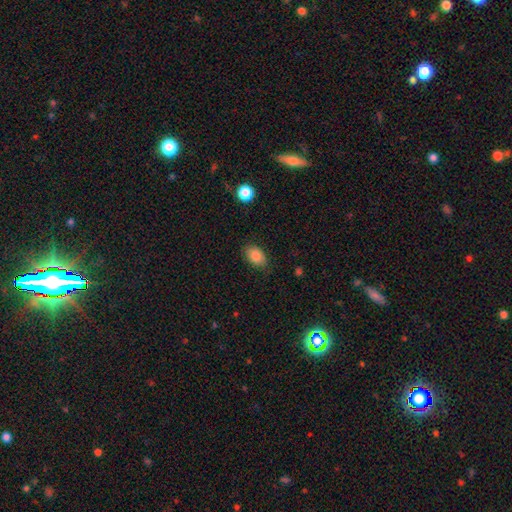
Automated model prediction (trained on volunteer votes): Smooth or featured: smooth — 87% (star or artifact — 8%)
How rounded: in between — 84% (round — 15%)
Merging: none — 83% (minor disturbance — 13%)